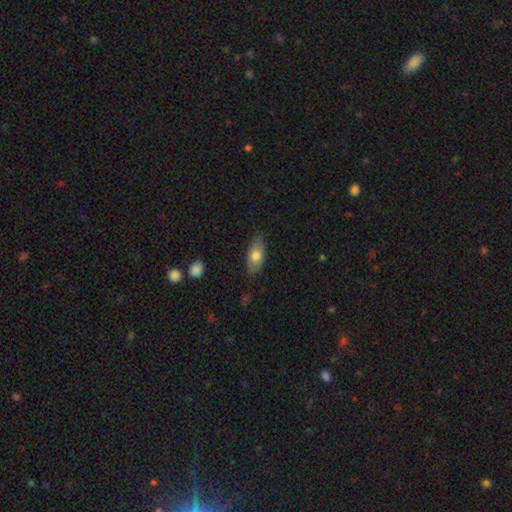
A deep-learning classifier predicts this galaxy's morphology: smooth_or_featured: smooth (p=0.74) [alt: featured or disk p=0.19]
how_rounded: in between (p=0.87) [alt: cigar-shaped p=0.08]
merging: none (p=0.81) [alt: minor disturbance p=0.15]